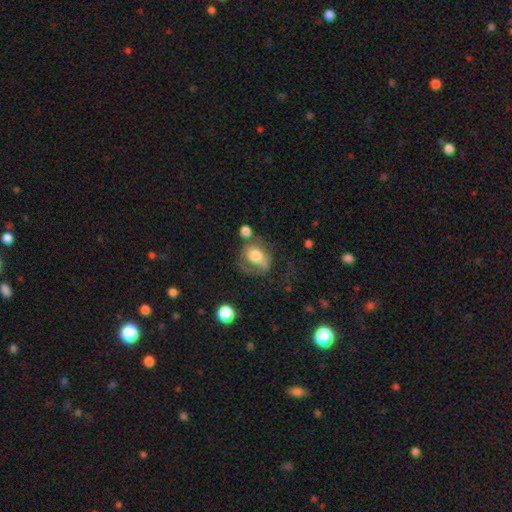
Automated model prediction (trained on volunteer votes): Morphology: type=smooth (55%); roundness=round (54%); merging=major disturbance (36%).